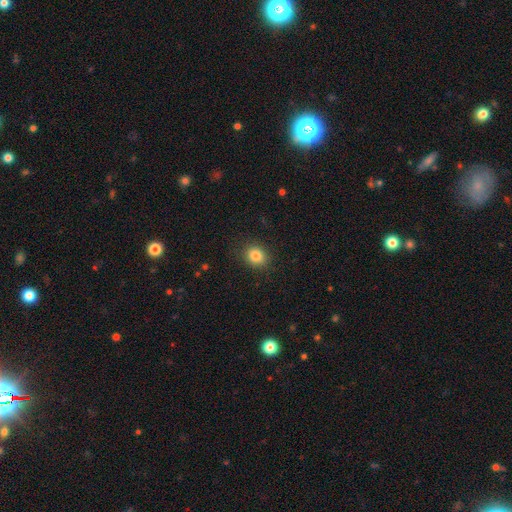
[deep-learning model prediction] This appears to be a smooth galaxy with no disk features (83%) that is round (67%). Merging: none (87%).